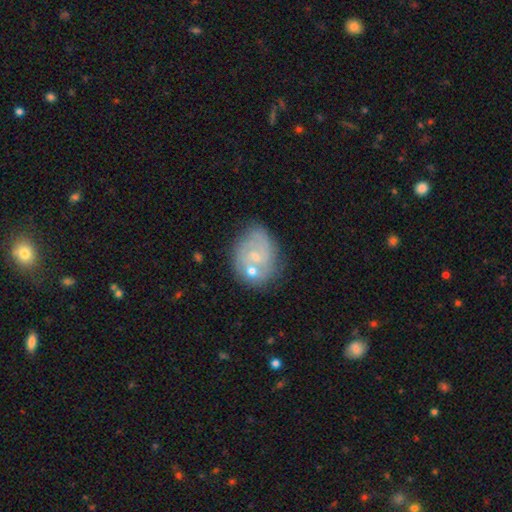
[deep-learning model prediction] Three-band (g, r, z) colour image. It shows a featured or disk galaxy (66%) with no bar (64%), 2 (39%) tight (50%) spiral arms (80%) and a small central bulge (63%). Merging: none (54%).